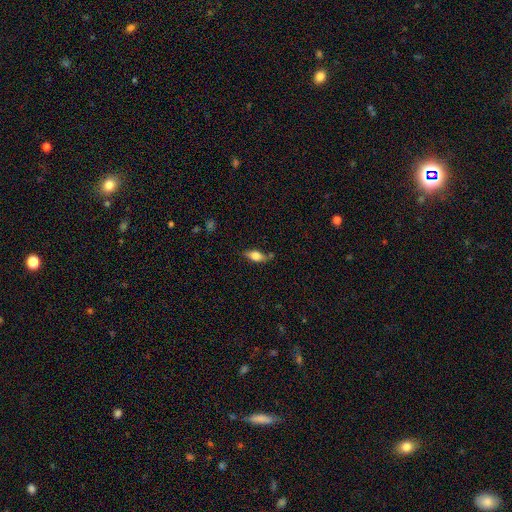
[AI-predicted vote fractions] Q: Smooth or featured?
A: smooth (73%); runner-up: featured or disk (19%)
Q: How rounded?
A: in between (81%); runner-up: cigar-shaped (15%)
Q: Merging?
A: none (67%); runner-up: minor disturbance (21%)